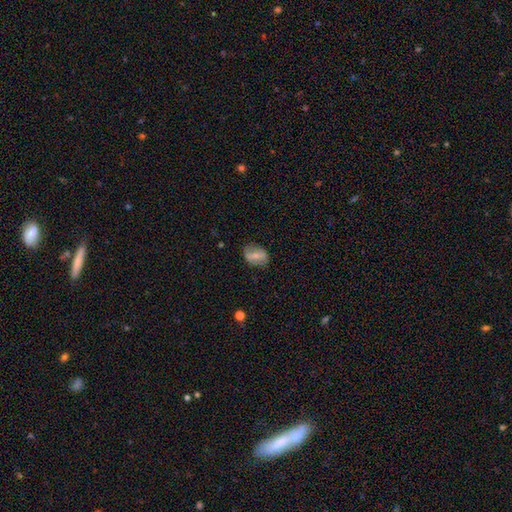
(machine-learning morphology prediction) type=smooth (53%); roundness=in between (75%); merging=none (77%).